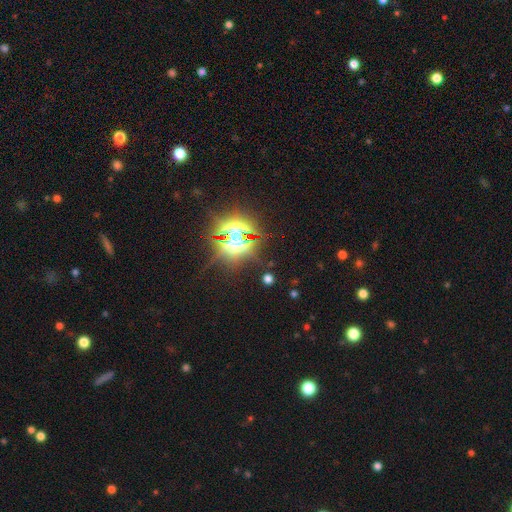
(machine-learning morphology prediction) A star or artifact, not a galaxy (82%).

Vote fractions:
- Smooth or featured? star or artifact: 82% / smooth: 11% / featured or disk: 7%